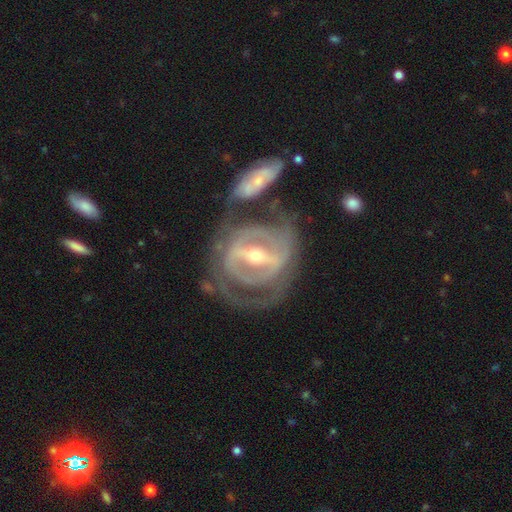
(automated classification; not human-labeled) smooth-or-featured: featured or disk: 87% | smooth: 8% | star or artifact: 5%
  disk-edge-on: no: 93% | yes: 7%
    bar: strong: 72% | weak: 21% | no: 7%
    has-spiral-arms: yes: 77% | no: 23%
      spiral-winding: tight: 60% | medium: 30% | loose: 10%
      spiral-arm-count: 2: 46% | can't tell: 32% | 3: 10% | 1: 5% | 4: 4% | more than 4: 3%
    bulge-size: moderate: 48% | small: 47% | large: 2% | none: 1% | dominant: 1%
  merging: none: 48% | merger: 25% | minor disturbance: 14% | major disturbance: 13%